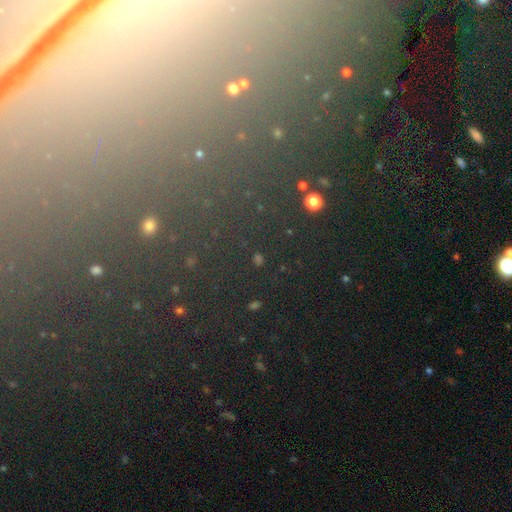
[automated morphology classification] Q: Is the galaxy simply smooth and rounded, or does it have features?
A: star or artifact — 68%.